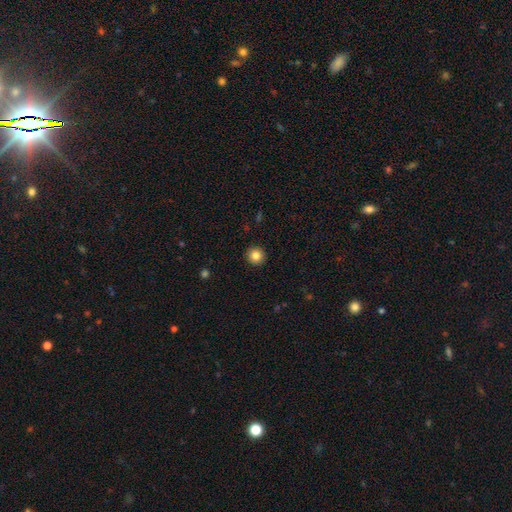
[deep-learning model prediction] Q: Smooth or featured?
A: smooth (83%); runner-up: star or artifact (10%)
Q: How rounded?
A: round (95%); runner-up: in between (4%)
Q: Merging?
A: none (93%); runner-up: minor disturbance (5%)